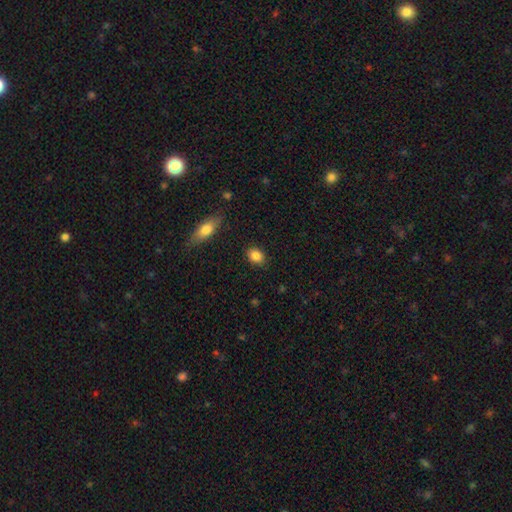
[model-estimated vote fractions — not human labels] smooth 87%, star or artifact 8%, featured or disk 5%. Down the decision tree: how rounded — in between (64%); merging — none (87%).